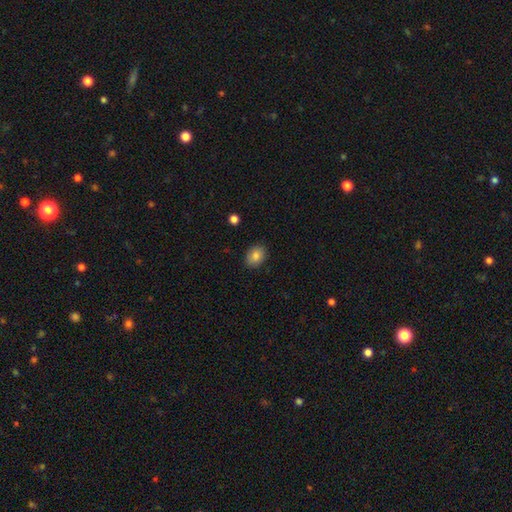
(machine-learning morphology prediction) type=smooth (85%); roundness=in between (62%); merging=none (87%).